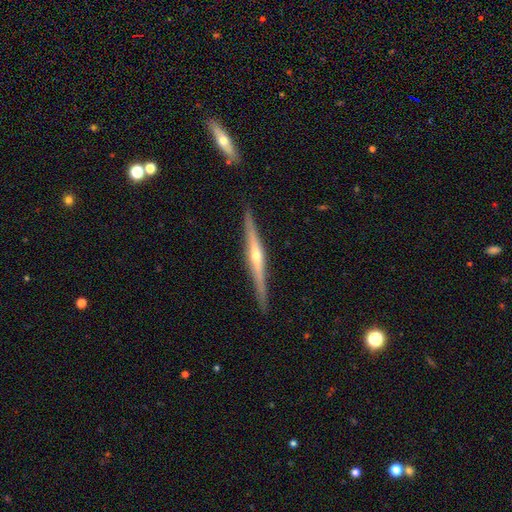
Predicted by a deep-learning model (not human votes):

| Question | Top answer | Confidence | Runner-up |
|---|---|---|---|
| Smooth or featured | featured or disk | 80% | smooth (14%) |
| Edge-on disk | yes | 98% | no (2%) |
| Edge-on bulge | rounded | 82% | none (12%) |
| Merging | none | 89% | minor disturbance (8%) |